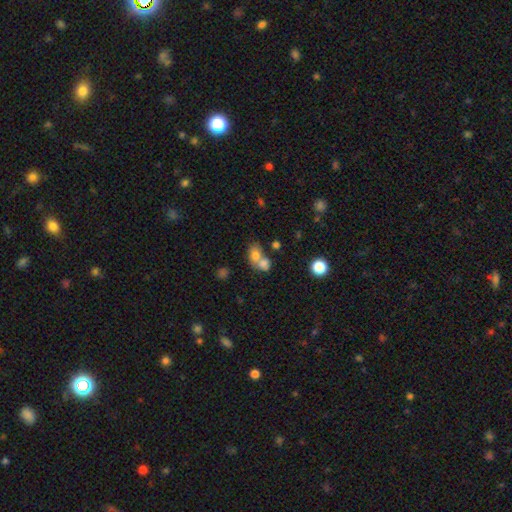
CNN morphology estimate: smooth_or_featured: smooth (p=0.73) [alt: featured or disk p=0.15]
how_rounded: in between (p=0.55) [alt: round p=0.44]
merging: merger (p=0.63) [alt: none p=0.25]